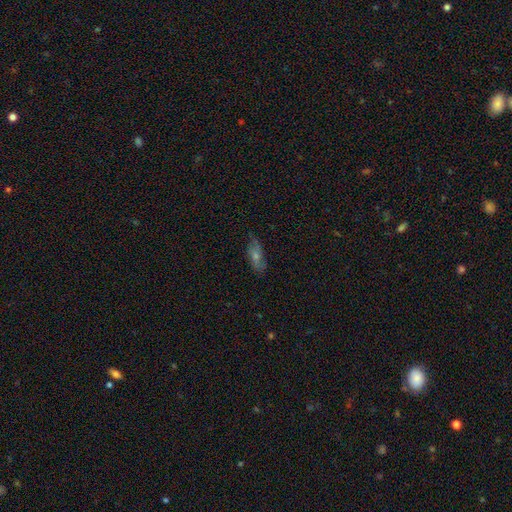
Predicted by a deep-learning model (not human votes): Q: Smooth or featured?
A: featured or disk (52%); runner-up: smooth (33%)
Q: Edge-on disk?
A: no (77%); runner-up: yes (23%)
Q: Merging?
A: none (75%); runner-up: minor disturbance (18%)